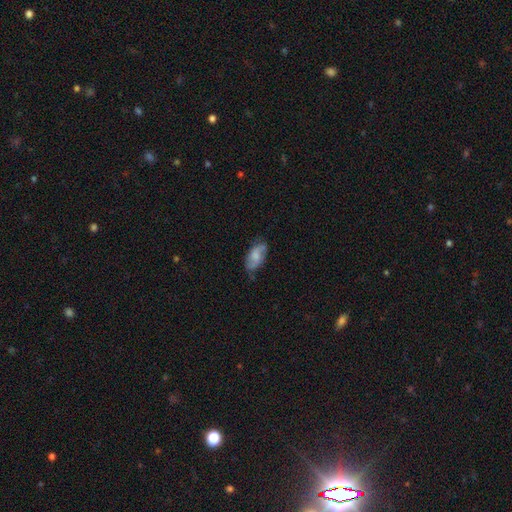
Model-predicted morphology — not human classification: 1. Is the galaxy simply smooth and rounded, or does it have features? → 59% smooth, 34% featured or disk, 7% star or artifact.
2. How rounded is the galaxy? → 91% in between, 6% cigar-shaped, 3% round.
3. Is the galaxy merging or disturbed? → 65% none, 27% minor disturbance, 6% major disturbance, 2% merger.